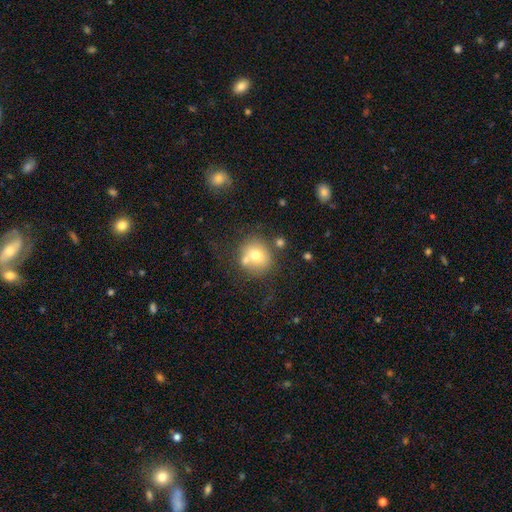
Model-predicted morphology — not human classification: Smooth or featured?
  - smooth: 68% *
  - featured or disk: 21%
  - star or artifact: 12%
How rounded?
  - round: 84% *
  - in between: 15%
  - cigar-shaped: 1%
Merging?
  - none: 60% *
  - merger: 21%
  - minor disturbance: 13%
  - major disturbance: 6%